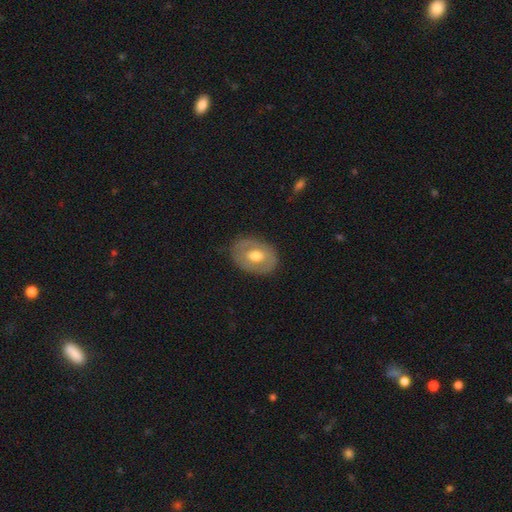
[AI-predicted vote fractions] This appears to be a featured or disk galaxy (49%). Merging: none (81%).